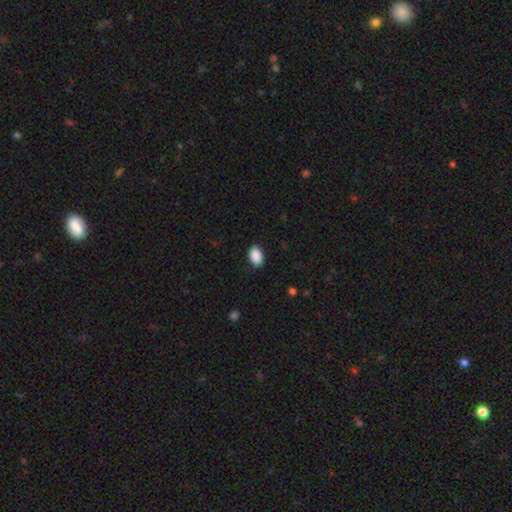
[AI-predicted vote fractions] This appears to be a smooth galaxy with no disk features (90%) that is in between round and cigar-shaped (86%). Merging: none (85%).